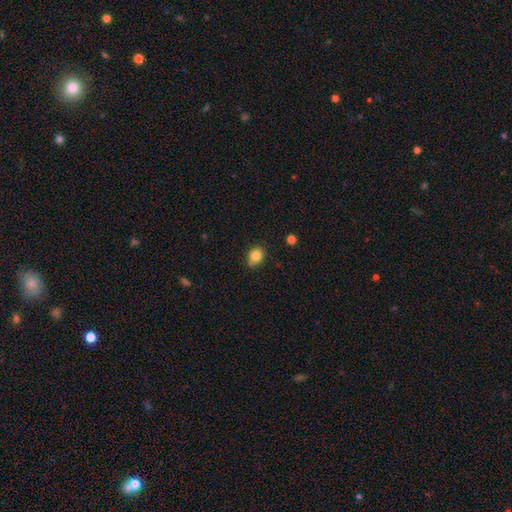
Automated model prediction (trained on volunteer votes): Smooth or featured?
  - smooth: 82% *
  - star or artifact: 11%
  - featured or disk: 7%
How rounded?
  - round: 56% *
  - in between: 42%
  - cigar-shaped: 1%
Merging?
  - none: 66% *
  - minor disturbance: 26%
  - major disturbance: 4%
  - merger: 3%